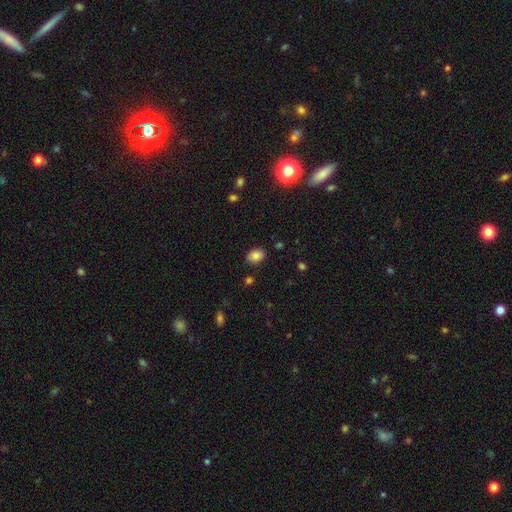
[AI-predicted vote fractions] Smooth or featured: smooth — 83% (star or artifact — 10%)
How rounded: in between — 70% (round — 29%)
Merging: none — 86% (minor disturbance — 10%)